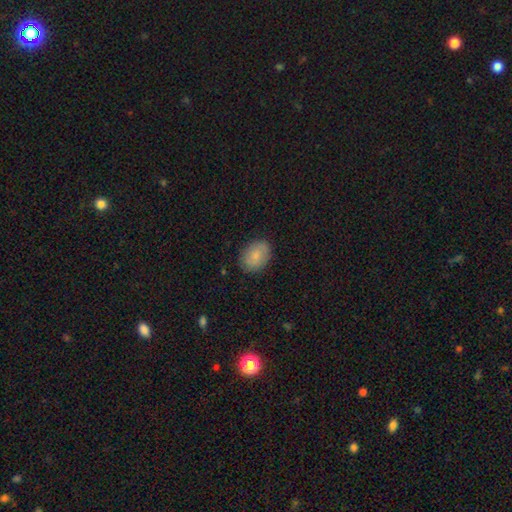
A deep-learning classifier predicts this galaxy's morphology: A smooth galaxy with no disk features (83%) that is in between round and cigar-shaped (75%).

Vote fractions:
- Smooth or featured? smooth: 83% / featured or disk: 10% / star or artifact: 7%
- How rounded? in between: 75% / round: 24% / cigar-shaped: 1%
- Merging? none: 85% / minor disturbance: 11% / major disturbance: 3% / merger: 1%